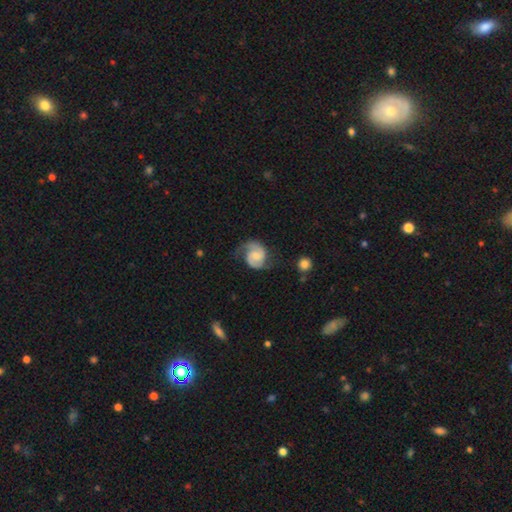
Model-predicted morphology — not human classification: smooth_or_featured: featured or disk (p=0.86) [alt: smooth p=0.09]
disk_edge_on: no (p=0.98) [alt: yes p=0.02]
bar: no (p=0.54) [alt: weak p=0.38]
has_spiral_arms: yes (p=0.97) [alt: no p=0.03]
spiral_winding: medium (p=0.52) [alt: tight p=0.30]
spiral_arm_count: 2 (p=0.91) [alt: 1 p=0.03]
bulge_size: small (p=0.39) [alt: moderate p=0.36]
merging: none (p=0.69) [alt: minor disturbance p=0.20]